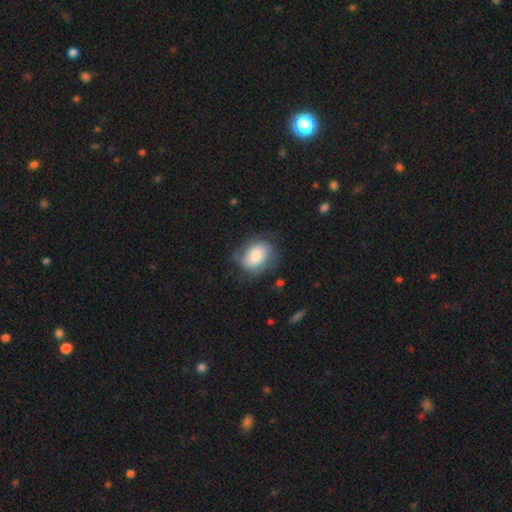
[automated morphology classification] This is likely a smooth galaxy (71%). How rounded: likely in between (68%). Merging: possibly none (59%).